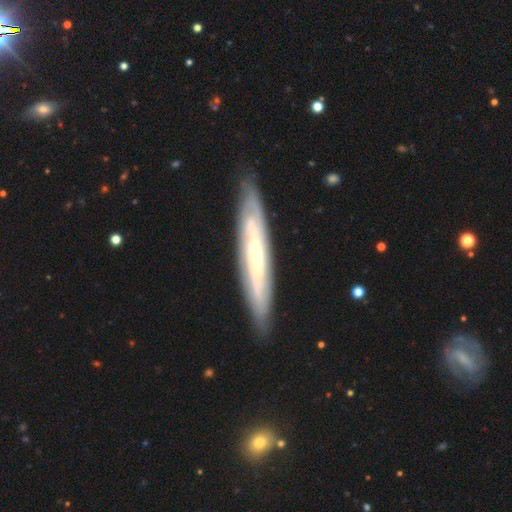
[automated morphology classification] Q: Smooth or featured?
A: featured or disk (75%); runner-up: smooth (20%)
Q: Edge-on disk?
A: yes (52%); runner-up: no (48%)
Q: Merging?
A: none (85%); runner-up: minor disturbance (11%)